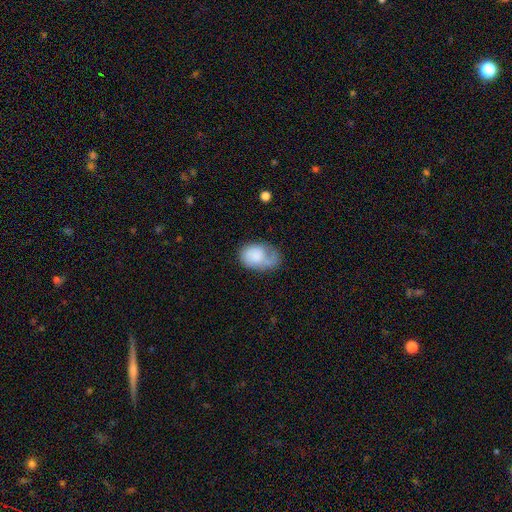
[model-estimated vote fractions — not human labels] smooth-or-featured: smooth: 68% | featured or disk: 25% | star or artifact: 7%
  how-rounded: in between: 80% | round: 19% | cigar-shaped: 1%
  merging: none: 37% | minor disturbance: 31% | major disturbance: 27% | merger: 5%